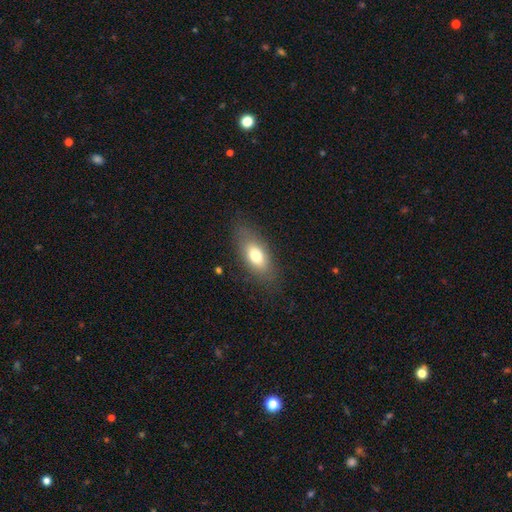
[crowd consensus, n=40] A smooth galaxy with no disk features (78%) that is in between round and cigar-shaped (90%). Merging: none (87%).